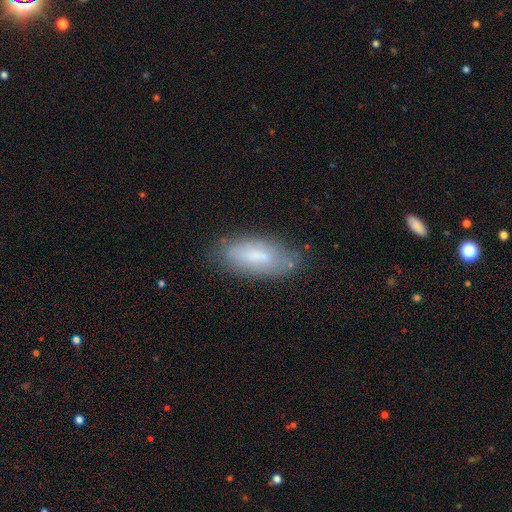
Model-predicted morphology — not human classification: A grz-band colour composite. It shows a smooth galaxy with no disk features (65%) that is in between round and cigar-shaped (76%). Merging: none (72%).